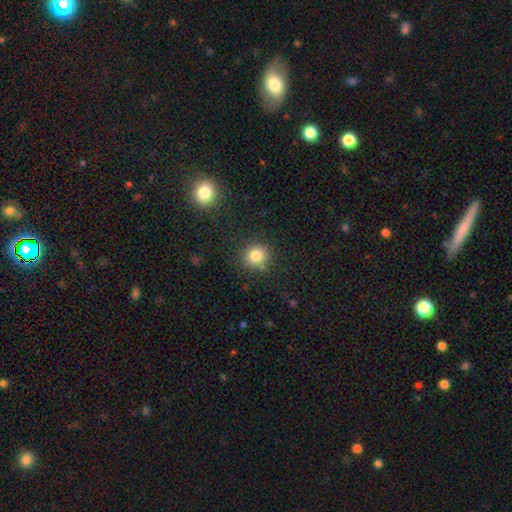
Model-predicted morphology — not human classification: smooth 82%, star or artifact 12%, featured or disk 6%. Down the decision tree: how rounded — round (87%); merging — none (84%).